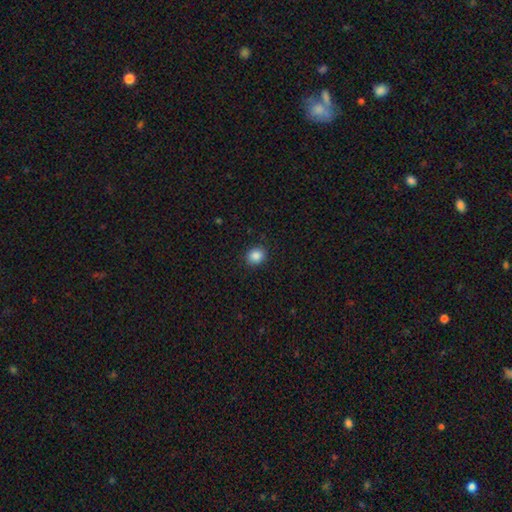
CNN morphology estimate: A smooth galaxy with no disk features (87%) that is round (73%). Merging: none (89%).